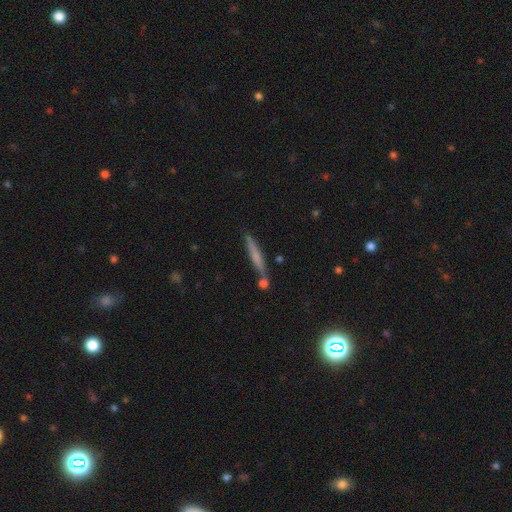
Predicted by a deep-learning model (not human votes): Smooth or featured?
  - smooth: 55% *
  - featured or disk: 37%
  - star or artifact: 8%
How rounded?
  - cigar-shaped: 94% *
  - in between: 4%
  - round: 2%
Merging?
  - none: 78% *
  - minor disturbance: 11%
  - merger: 9%
  - major disturbance: 3%